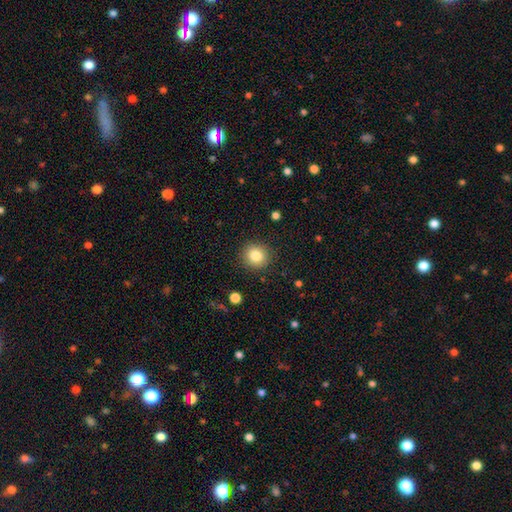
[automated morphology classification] Overall: smooth (82%). How rounded: round (92%). Merging: none (90%).